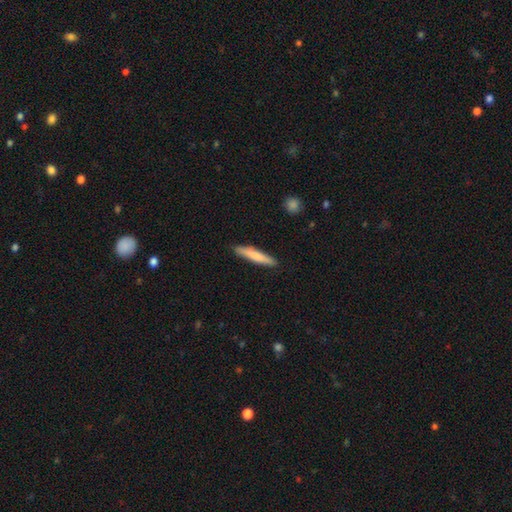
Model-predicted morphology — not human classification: This is likely a smooth galaxy (75%). How rounded: clearly cigar-shaped (91%). Merging: clearly none (89%).